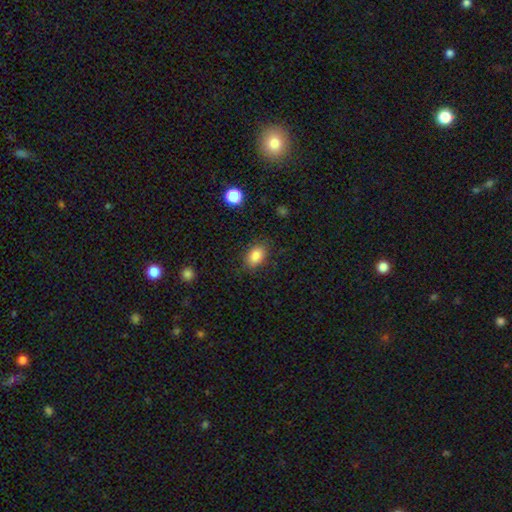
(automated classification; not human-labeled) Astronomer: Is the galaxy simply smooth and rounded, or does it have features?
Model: smooth — 86%.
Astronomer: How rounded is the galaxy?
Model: in between — 82%.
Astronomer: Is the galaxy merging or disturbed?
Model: none — 83%.